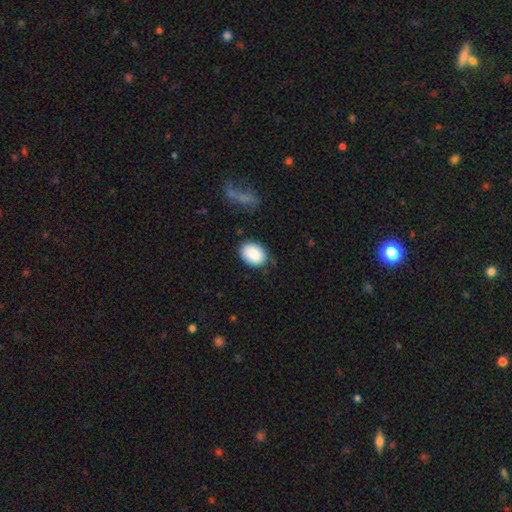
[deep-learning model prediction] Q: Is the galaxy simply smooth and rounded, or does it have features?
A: smooth — 89%.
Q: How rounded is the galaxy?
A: in between — 80%.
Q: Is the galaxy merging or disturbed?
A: none — 81%.